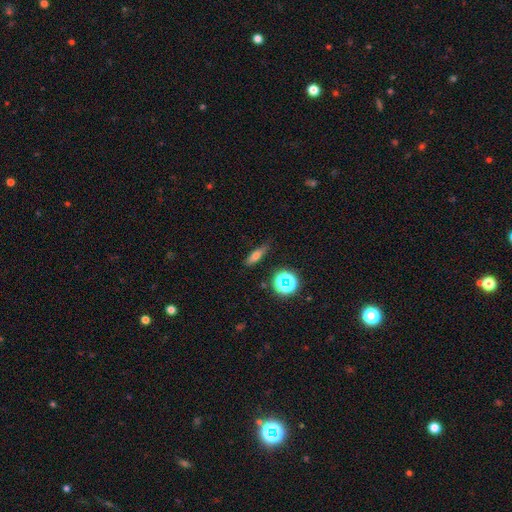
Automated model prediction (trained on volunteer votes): This is likely a smooth galaxy (65%). How rounded: possibly cigar-shaped (55%). Merging: likely none (80%).